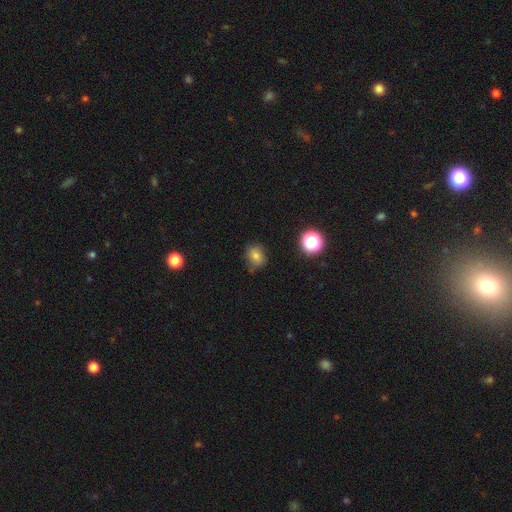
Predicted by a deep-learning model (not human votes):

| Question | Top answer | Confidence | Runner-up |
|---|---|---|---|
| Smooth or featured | smooth | 77% | star or artifact (15%) |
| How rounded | round | 58% | in between (41%) |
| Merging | none | 74% | minor disturbance (19%) |